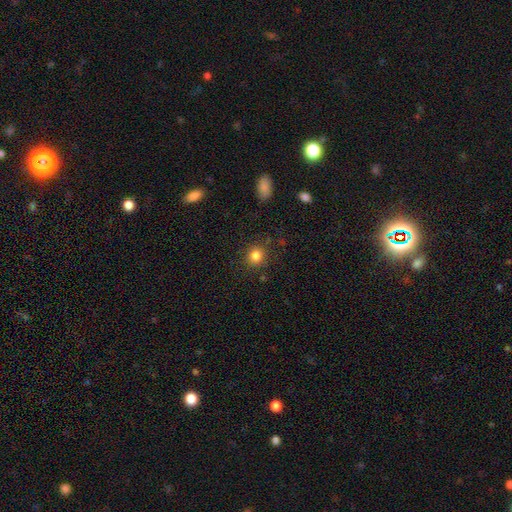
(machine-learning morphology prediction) Overall: smooth (83%). How rounded: round (87%). Merging: none (86%).